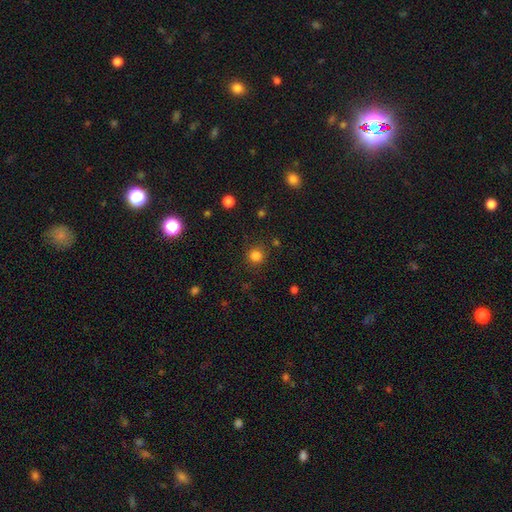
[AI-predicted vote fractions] Smooth or featured? smooth (83%)
How rounded? round (93%)
Merging? none (87%)